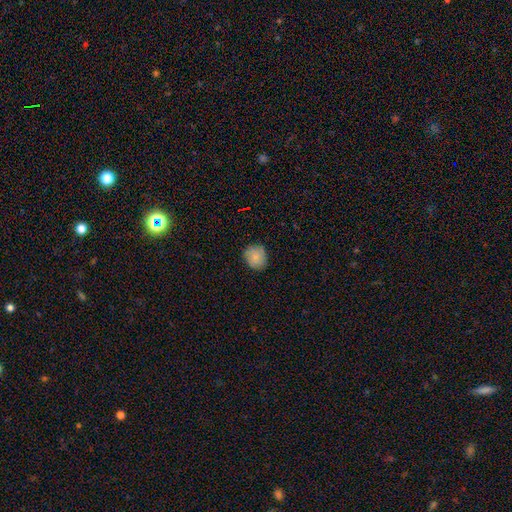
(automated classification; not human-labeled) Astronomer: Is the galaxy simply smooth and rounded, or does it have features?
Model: smooth — 80%.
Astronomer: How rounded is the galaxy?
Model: round — 79%.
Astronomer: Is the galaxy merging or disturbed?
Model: none — 80%.